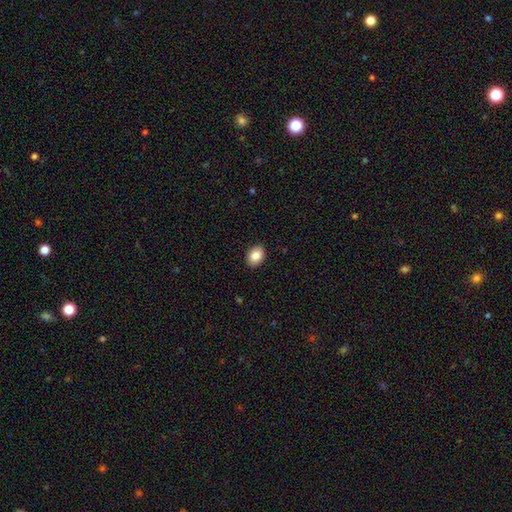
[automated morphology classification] A smooth galaxy with no disk features (86%) that is in between round and cigar-shaped (73%).

Vote fractions:
- Smooth or featured? smooth: 86% / star or artifact: 8% / featured or disk: 6%
- How rounded? in between: 73% / round: 26% / cigar-shaped: 1%
- Merging? none: 91% / minor disturbance: 7% / major disturbance: 2% / merger: 1%